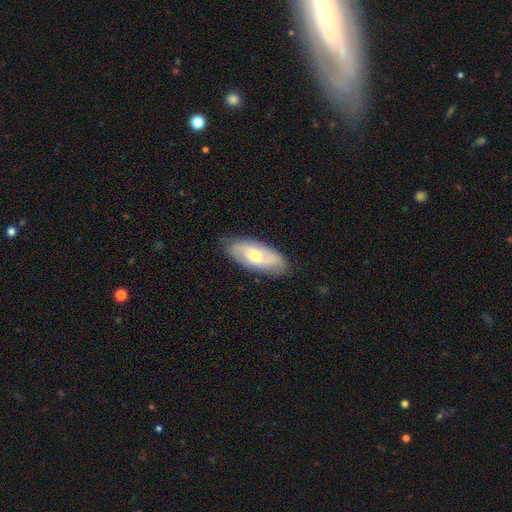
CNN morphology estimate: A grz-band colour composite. It shows a featured or disk galaxy (63%) with no bar (61%), spiral arms (81%) and a moderate central bulge (54%). Merging: none (81%).